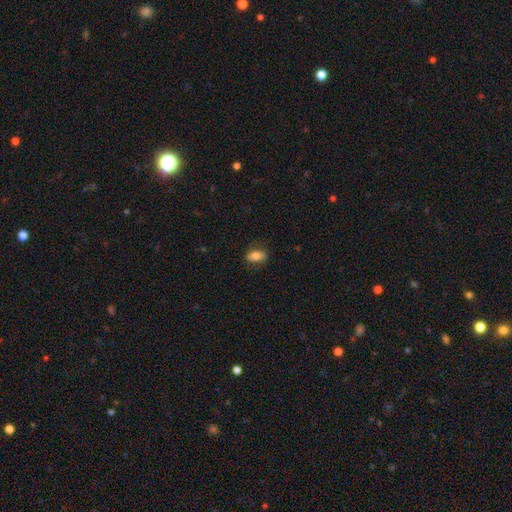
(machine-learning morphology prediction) Overall: smooth (73%). How rounded: in between (86%). Merging: none (79%).